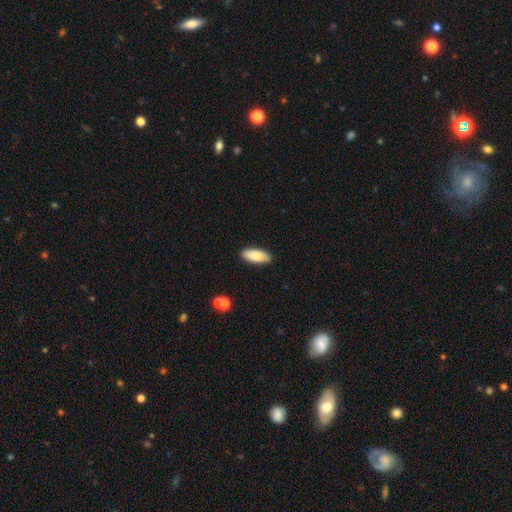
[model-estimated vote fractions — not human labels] This is clearly a smooth galaxy (84%). How rounded: likely in between (79%). Merging: clearly none (88%).